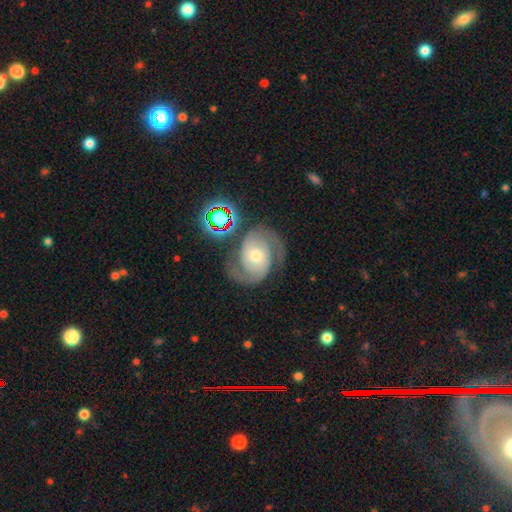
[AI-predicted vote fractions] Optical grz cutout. It shows a featured or disk galaxy (86%) with no bar (63%), 2 (90%) medium (50%) spiral arms (97%) and a moderate central bulge (58%). Merging: none (73%).